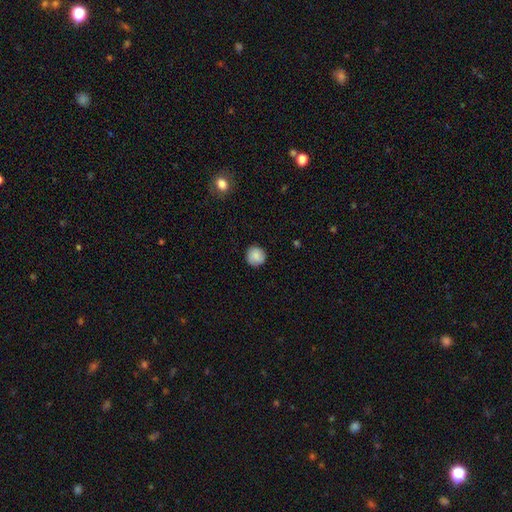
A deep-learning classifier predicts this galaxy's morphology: smooth 86%, star or artifact 8%, featured or disk 7%. Down the decision tree: how rounded — round (93%); merging — none (87%).